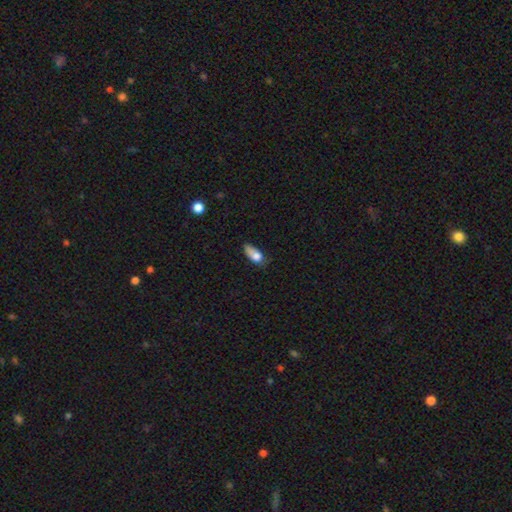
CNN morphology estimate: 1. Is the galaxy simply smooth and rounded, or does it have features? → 77% smooth, 14% featured or disk, 8% star or artifact.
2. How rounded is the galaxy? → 82% in between, 11% cigar-shaped, 7% round.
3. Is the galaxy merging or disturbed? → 43% minor disturbance, 33% none, 21% major disturbance, 4% merger.